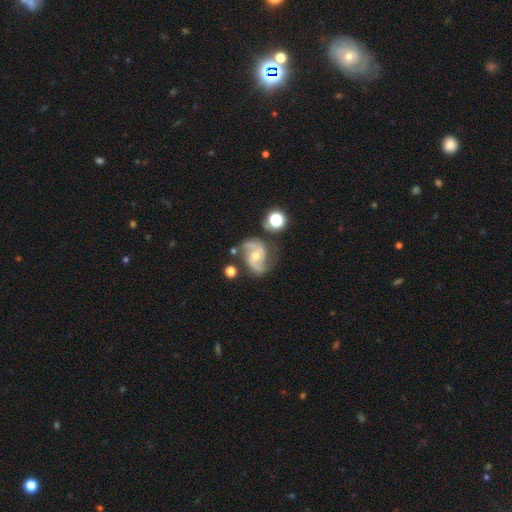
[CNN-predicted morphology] type=featured or disk (86%); edge-on=no (98%); bar=no (50%); spiral arms=yes (96%); winding=medium (53%); arm count=2 (90%); bulge=moderate (62%); merging=none (65%).